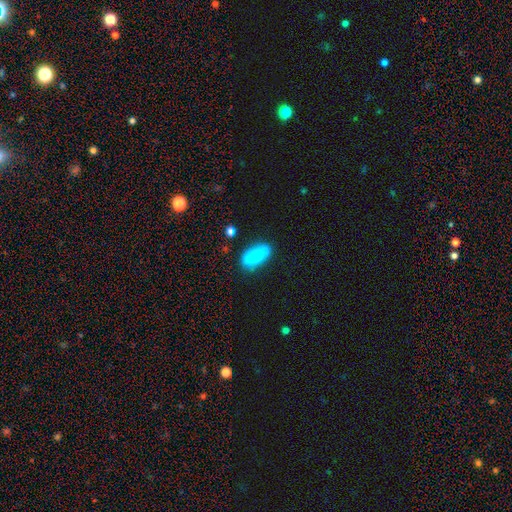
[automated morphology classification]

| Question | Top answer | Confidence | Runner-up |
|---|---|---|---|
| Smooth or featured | smooth | 81% | featured or disk (12%) |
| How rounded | in between | 87% | cigar-shaped (10%) |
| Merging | none | 77% | minor disturbance (17%) |